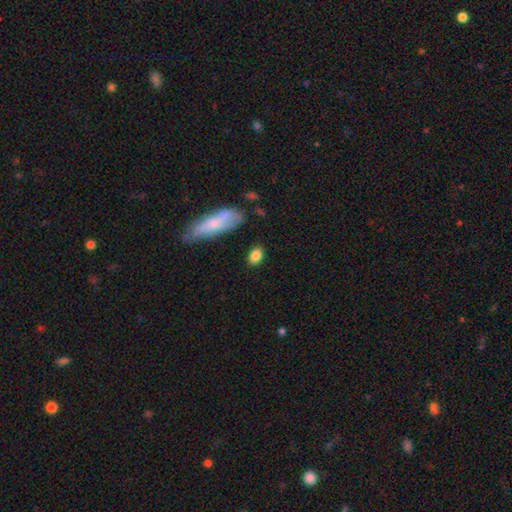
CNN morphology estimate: smooth 84%, featured or disk 8%, star or artifact 8%. Down the decision tree: how rounded — in between (81%); merging — none (82%).